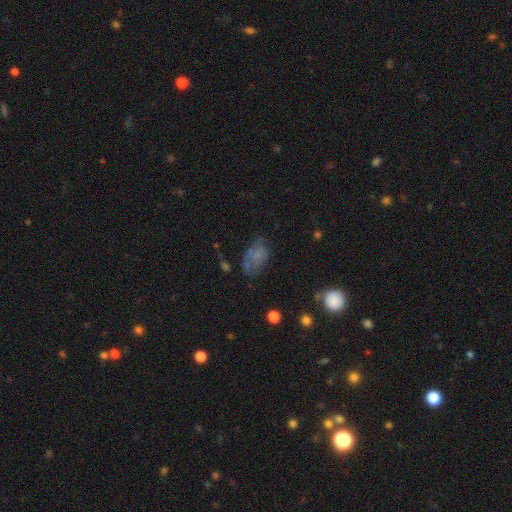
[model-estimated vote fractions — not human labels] Smooth or featured? smooth (56%)
How rounded? in between (87%)
Merging? none (45%)